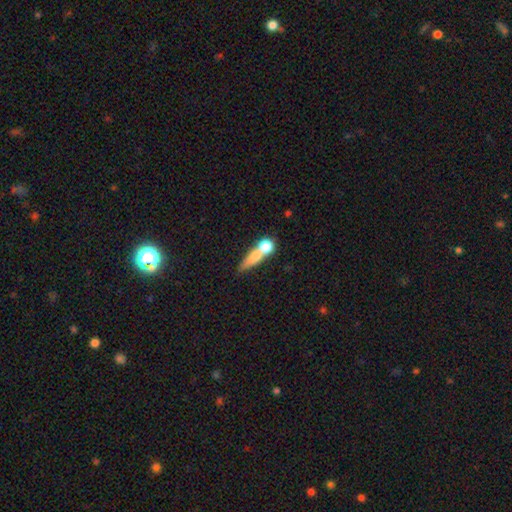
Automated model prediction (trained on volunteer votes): The model was most divided on "how rounded": cigar-shaped: 44%, in between: 31%, round: 25%. More confident: smooth or featured — smooth (63%); merging — merger (51%).